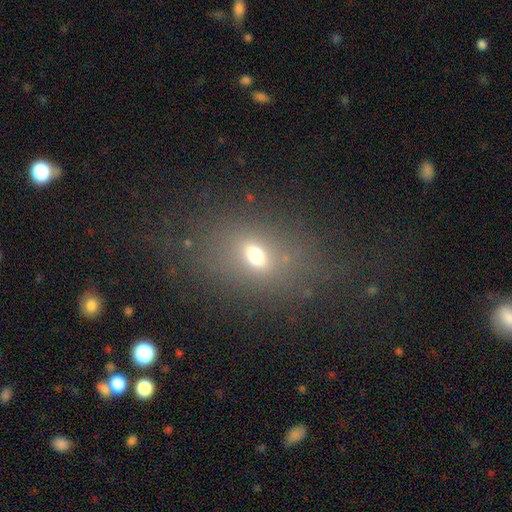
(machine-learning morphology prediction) Q: Smooth or featured?
A: smooth (65%); runner-up: star or artifact (20%)
Q: How rounded?
A: in between (73%); runner-up: round (22%)
Q: Merging?
A: none (70%); runner-up: minor disturbance (14%)